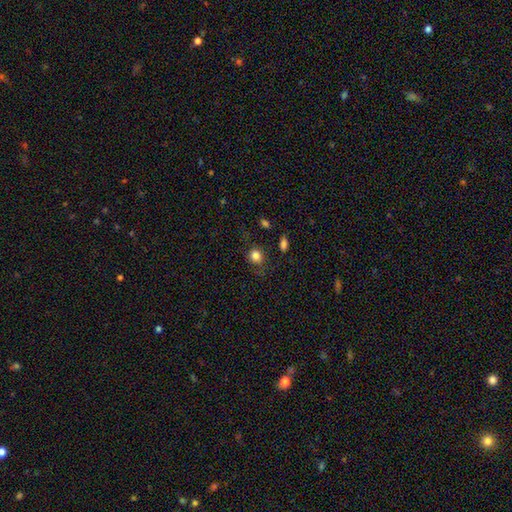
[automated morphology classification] A smooth galaxy with no disk features (83%) that is round (75%). Merging: none (73%).